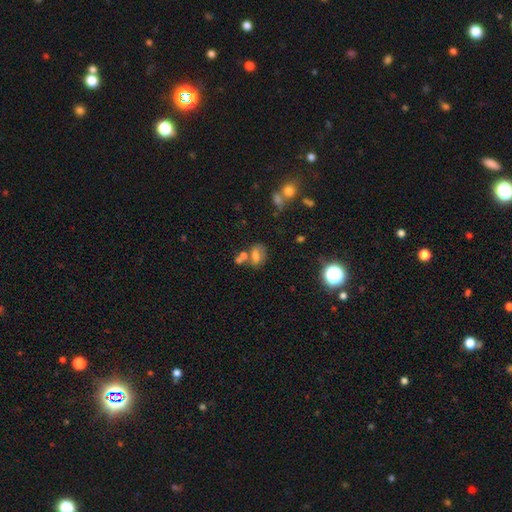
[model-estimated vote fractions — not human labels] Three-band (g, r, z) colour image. It shows a smooth galaxy with no disk features (63%) that is in between round and cigar-shaped (72%). Merging: none (39%).